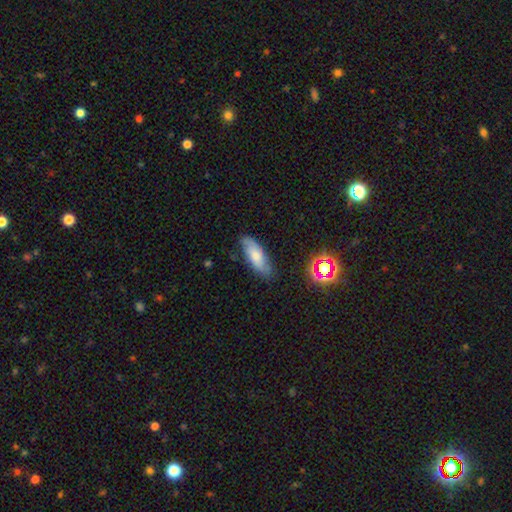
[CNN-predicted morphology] type=smooth (63%); roundness=in between (68%); merging=none (77%).